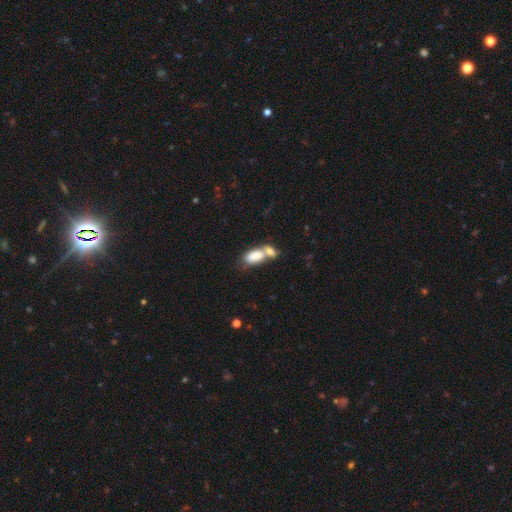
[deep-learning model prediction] This appears to be a smooth galaxy with no disk features (80%) that is in between round and cigar-shaped (89%). Merging: merger (64%).